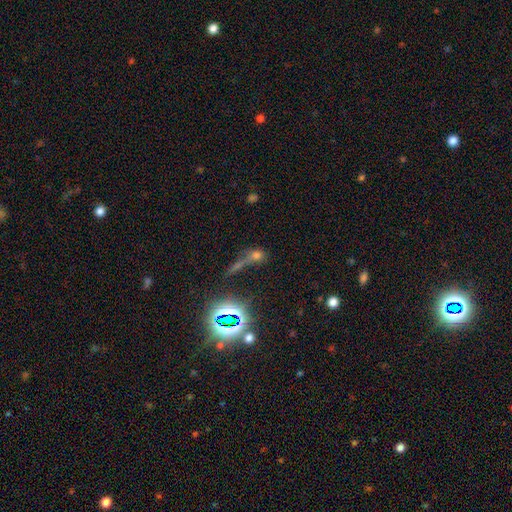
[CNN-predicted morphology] The model was most divided on "smooth or featured": star or artifact: 44%, smooth: 43%, featured or disk: 13%.